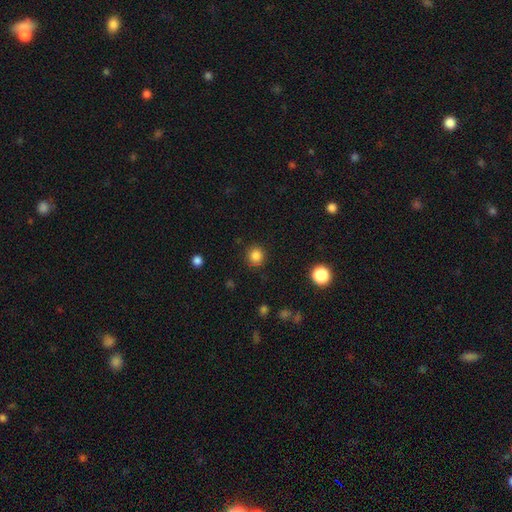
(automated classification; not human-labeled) Smooth or featured: smooth — 85% (star or artifact — 12%)
How rounded: round — 91% (in between — 8%)
Merging: none — 88% (minor disturbance — 8%)